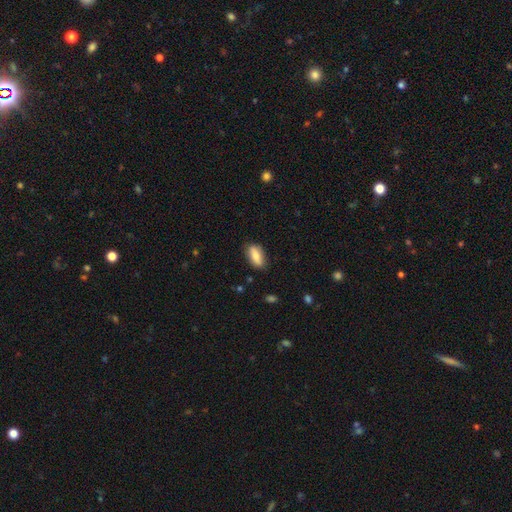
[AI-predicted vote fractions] smooth_or_featured: smooth (p=0.77) [alt: featured or disk p=0.16]
how_rounded: in between (p=0.81) [alt: cigar-shaped p=0.15]
merging: none (p=0.82) [alt: minor disturbance p=0.14]